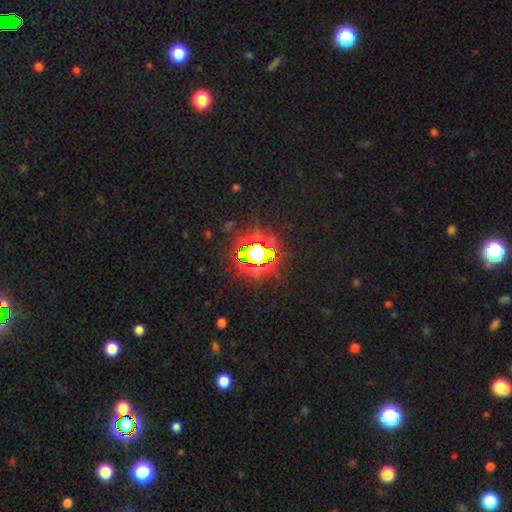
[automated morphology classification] Smooth or featured? Predicted: star or artifact (p=0.77).